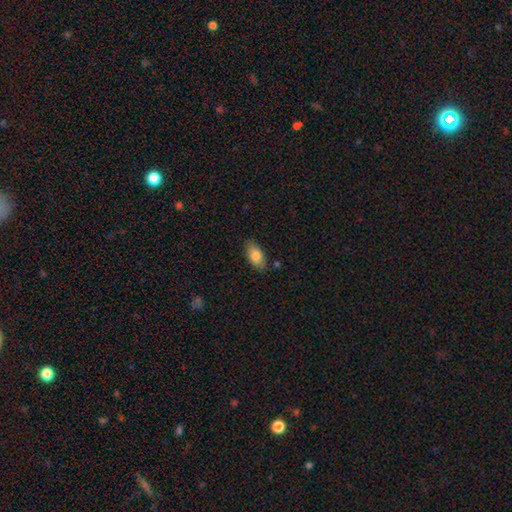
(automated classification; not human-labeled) This is clearly a smooth galaxy (82%). How rounded: clearly in between (91%). Merging: clearly none (82%).